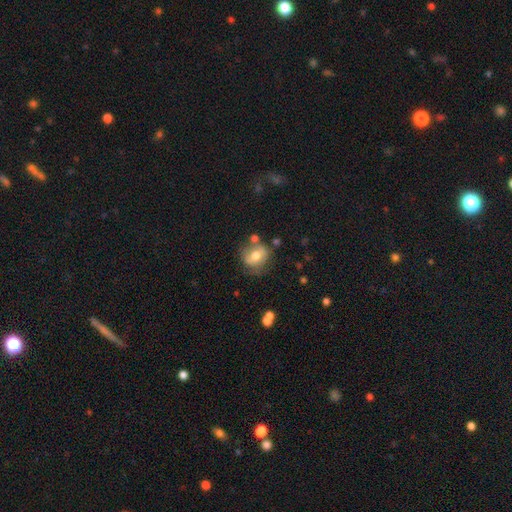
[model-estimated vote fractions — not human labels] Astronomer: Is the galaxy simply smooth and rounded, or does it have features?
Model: smooth — 58%.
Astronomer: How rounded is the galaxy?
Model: round — 66%.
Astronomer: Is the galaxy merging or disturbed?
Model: none — 56%.